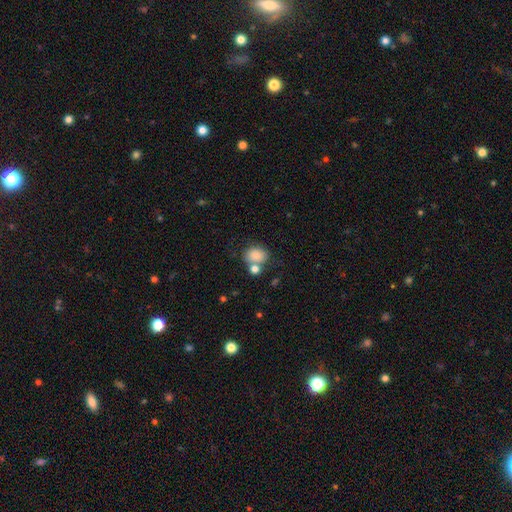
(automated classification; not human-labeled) Morphology: type=smooth (83%); roundness=round (50%); merging=none (53%).